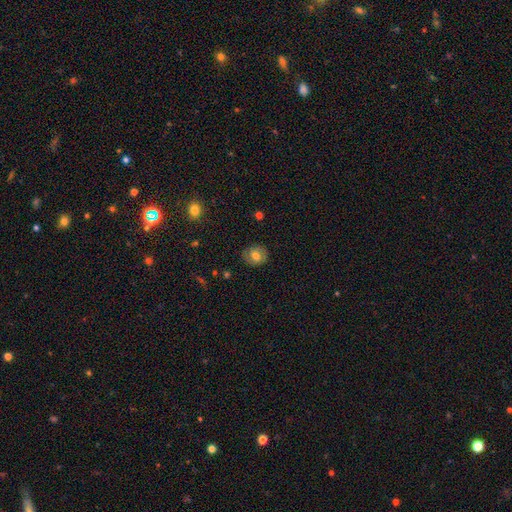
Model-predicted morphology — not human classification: smooth_or_featured: smooth (p=0.63) [alt: featured or disk p=0.27]
how_rounded: round (p=0.70) [alt: in between p=0.29]
merging: none (p=0.83) [alt: minor disturbance p=0.12]